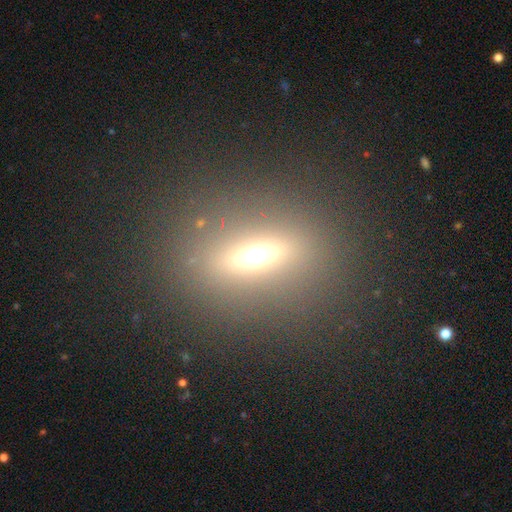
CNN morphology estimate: Overall: smooth (43%; featured or disk 36%). Merging: none (85%).